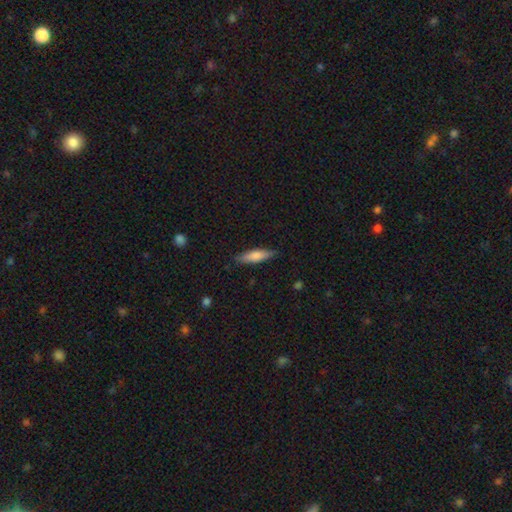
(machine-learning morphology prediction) Smooth or featured? Predicted: smooth (p=0.68). How rounded? Predicted: cigar-shaped (p=0.70). Merging? Predicted: none (p=0.86).